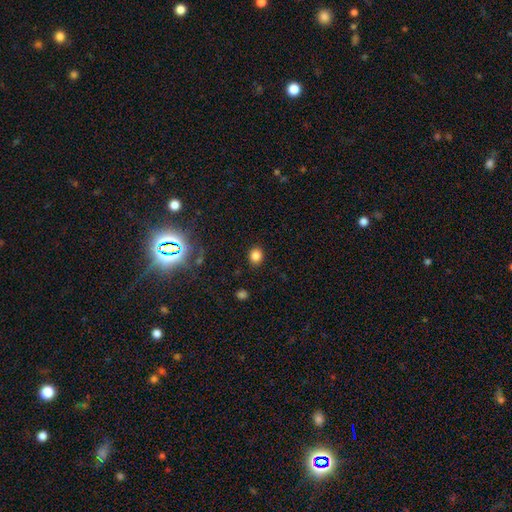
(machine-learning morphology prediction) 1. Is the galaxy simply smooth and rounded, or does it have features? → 82% smooth, 13% star or artifact, 5% featured or disk.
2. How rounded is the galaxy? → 68% round, 31% in between, 1% cigar-shaped.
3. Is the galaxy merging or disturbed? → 89% none, 7% minor disturbance, 3% major disturbance, 1% merger.